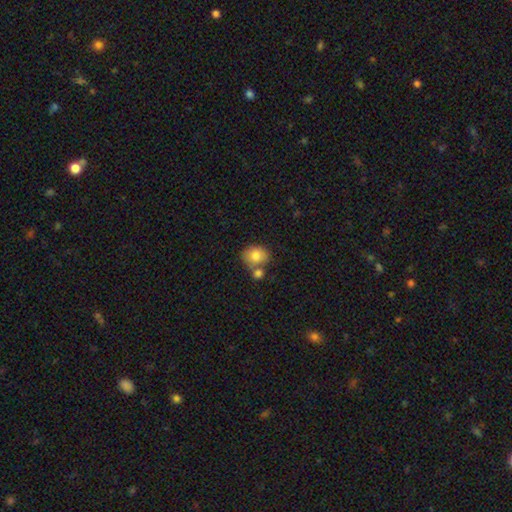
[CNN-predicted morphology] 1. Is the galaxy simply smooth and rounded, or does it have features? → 80% smooth, 11% featured or disk, 8% star or artifact.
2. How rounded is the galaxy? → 66% round, 33% in between, 1% cigar-shaped.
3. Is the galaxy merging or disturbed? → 51% none, 31% merger, 14% minor disturbance, 4% major disturbance.